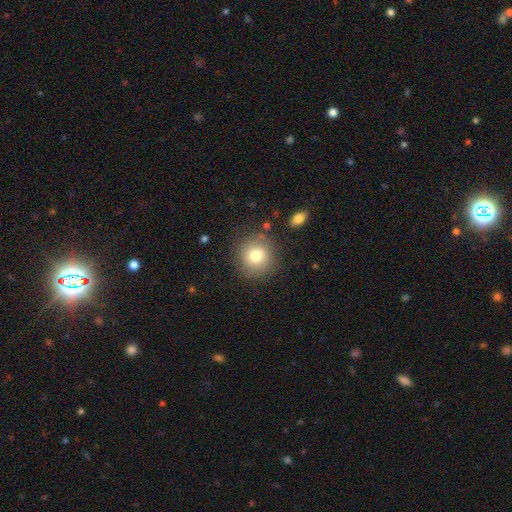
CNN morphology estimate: A smooth galaxy with no disk features (77%) that is round (90%).

Vote fractions:
- Smooth or featured? smooth: 77% / featured or disk: 12% / star or artifact: 11%
- How rounded? round: 90% / in between: 9% / cigar-shaped: 1%
- Merging? none: 82% / minor disturbance: 11% / major disturbance: 4% / merger: 3%